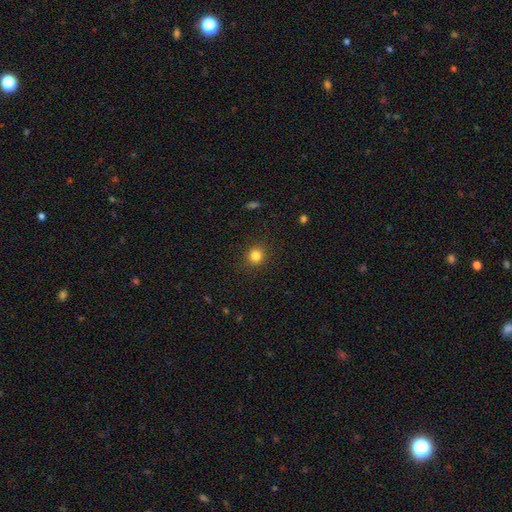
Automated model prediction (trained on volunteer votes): Morphology: type=smooth (83%); roundness=round (85%); merging=none (88%).